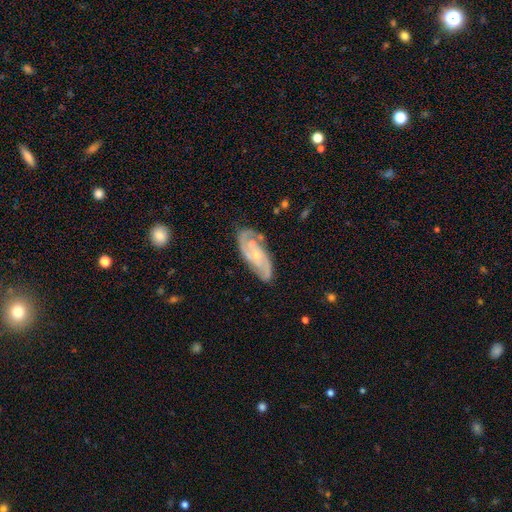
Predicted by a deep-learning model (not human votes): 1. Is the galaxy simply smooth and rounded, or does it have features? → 84% featured or disk, 11% smooth, 5% star or artifact.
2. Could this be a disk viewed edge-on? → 94% no, 6% yes.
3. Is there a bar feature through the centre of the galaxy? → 65% no, 28% weak, 7% strong.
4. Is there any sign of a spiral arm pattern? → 96% yes, 4% no.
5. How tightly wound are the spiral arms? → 45% medium, 40% tight, 15% loose.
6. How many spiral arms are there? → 67% 2, 13% 3, 11% can't tell, 3% 4, 3% 1, 2% more than 4.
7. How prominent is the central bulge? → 73% small, 22% moderate, 3% none, 1% large, 1% dominant.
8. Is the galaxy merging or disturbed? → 72% none, 19% minor disturbance, 5% major disturbance, 5% merger.